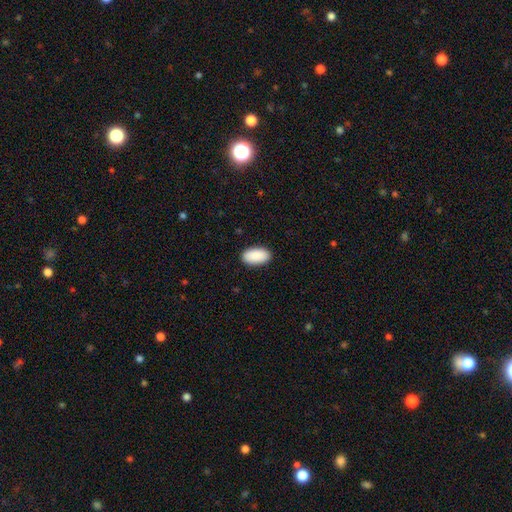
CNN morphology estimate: Overall: smooth (91%). How rounded: in between (96%). Merging: none (90%).